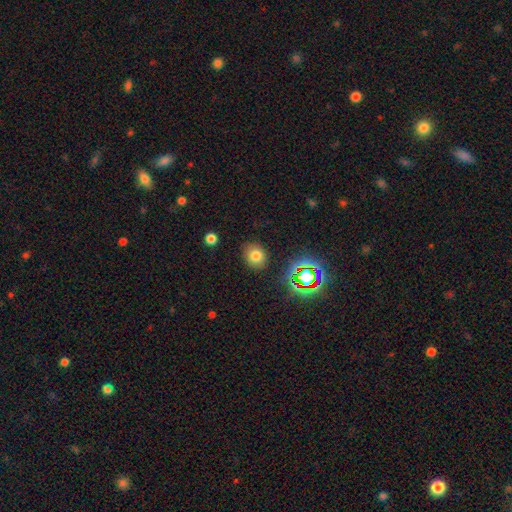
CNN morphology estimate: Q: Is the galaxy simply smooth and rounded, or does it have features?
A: smooth — 75%.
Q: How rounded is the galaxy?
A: round — 69%.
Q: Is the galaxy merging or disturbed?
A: none — 84%.